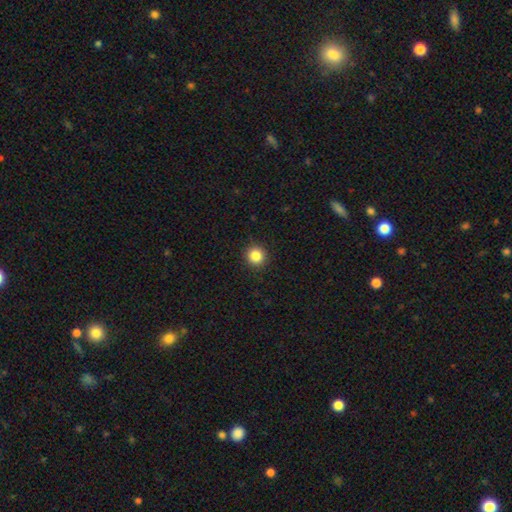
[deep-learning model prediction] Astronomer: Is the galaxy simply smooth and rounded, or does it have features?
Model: smooth — 85%.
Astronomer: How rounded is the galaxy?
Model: round — 93%.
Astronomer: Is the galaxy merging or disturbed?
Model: none — 92%.